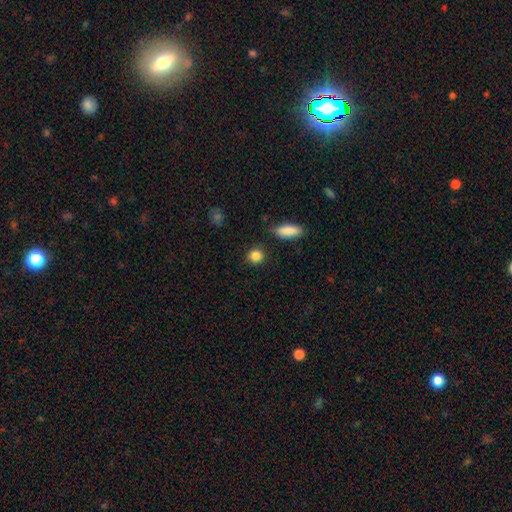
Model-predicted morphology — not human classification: Smooth or featured: smooth — 87% (star or artifact — 9%)
How rounded: round — 82% (in between — 16%)
Merging: none — 87% (minor disturbance — 8%)